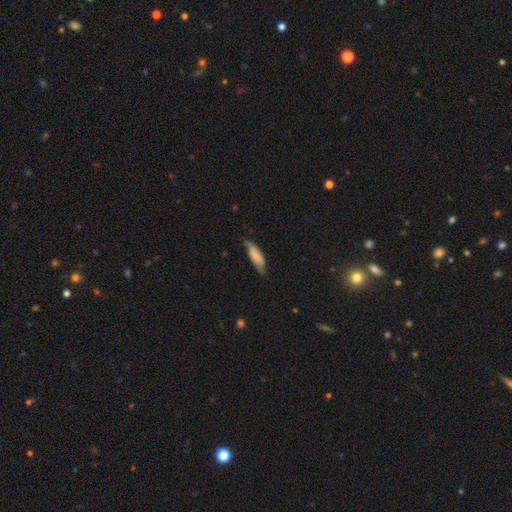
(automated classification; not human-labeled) Smooth or featured? Predicted: smooth (p=0.74). How rounded? Predicted: cigar-shaped (p=0.51). Merging? Predicted: none (p=0.59).